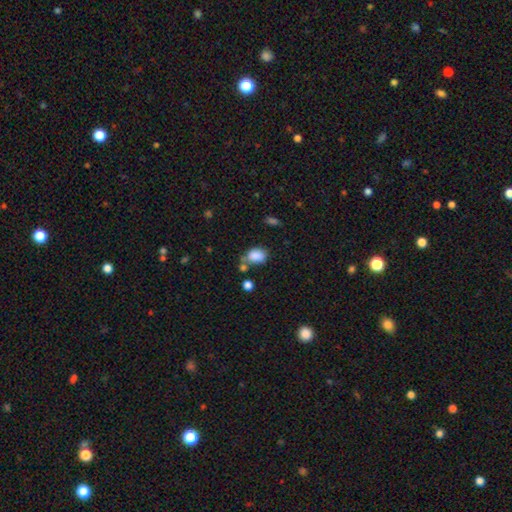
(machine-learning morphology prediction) type=smooth (85%); roundness=in between (71%); merging=none (52%).